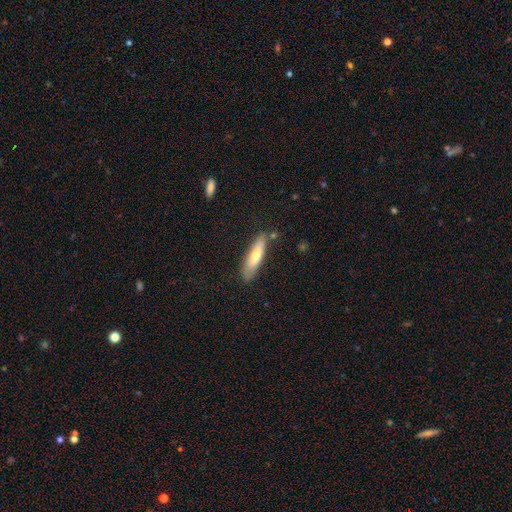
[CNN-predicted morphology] Smooth or featured: smooth — 65% (featured or disk — 29%)
How rounded: cigar-shaped — 75% (in between — 23%)
Merging: none — 81% (minor disturbance — 13%)